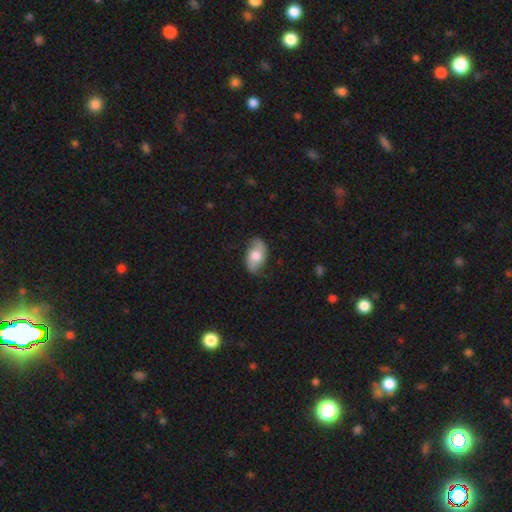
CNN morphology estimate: This appears to be a smooth galaxy with no disk features (62%) that is in between round and cigar-shaped (93%). Merging: none (78%).